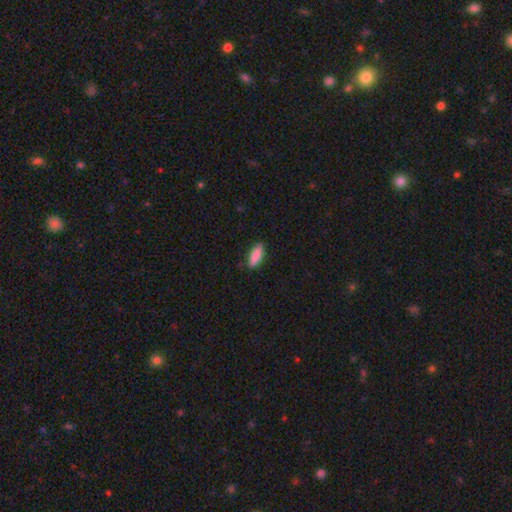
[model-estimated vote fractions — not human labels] smooth_or_featured: smooth (p=0.86) [alt: featured or disk p=0.07]
how_rounded: in between (p=0.56) [alt: cigar-shaped p=0.42]
merging: none (p=0.84) [alt: minor disturbance p=0.12]